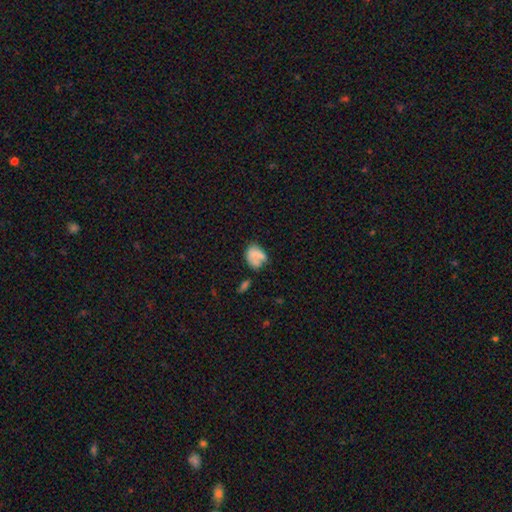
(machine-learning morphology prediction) Smooth or featured? Predicted: smooth (p=0.70). How rounded? Predicted: in between (p=0.61). Merging? Predicted: none (p=0.38).